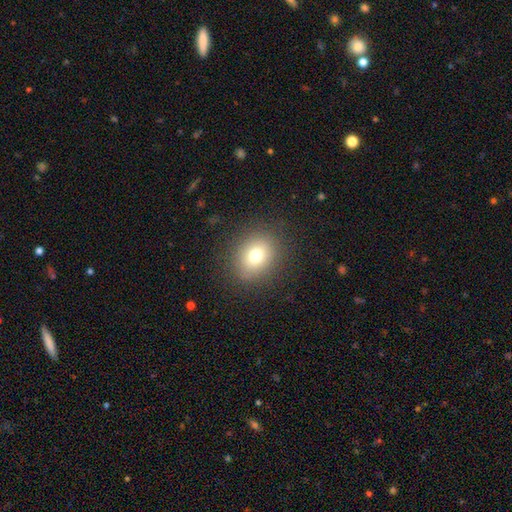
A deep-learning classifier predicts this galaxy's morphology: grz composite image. It shows a smooth galaxy with no disk features (75%) that is round (60%). Merging: none (87%).